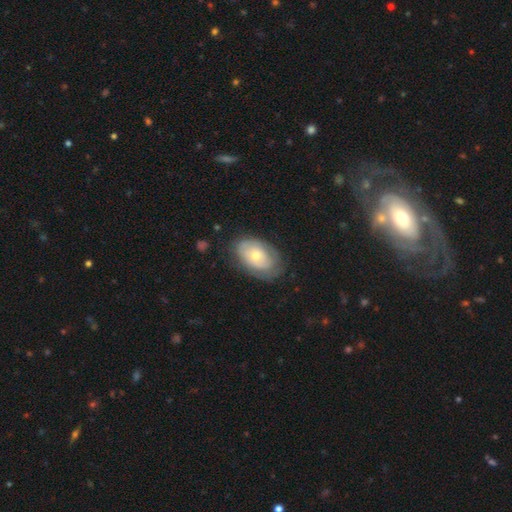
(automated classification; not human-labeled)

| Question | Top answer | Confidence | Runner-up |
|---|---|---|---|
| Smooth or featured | featured or disk | 52% | smooth (42%) |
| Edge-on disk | no | 93% | yes (7%) |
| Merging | none | 68% | minor disturbance (22%) |